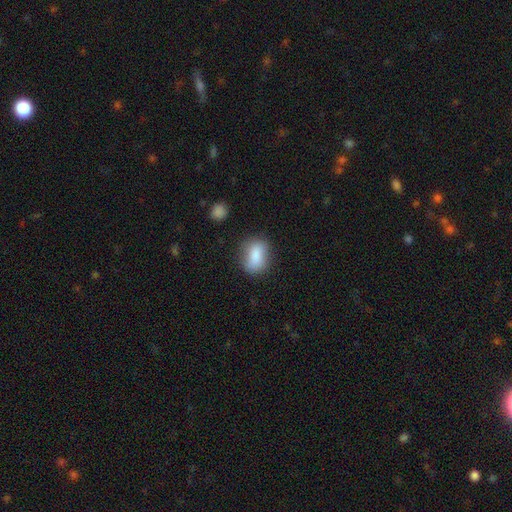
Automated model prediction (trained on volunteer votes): smooth-or-featured: smooth: 84% | featured or disk: 8% | star or artifact: 8%
  how-rounded: in between: 71% | round: 26% | cigar-shaped: 3%
  merging: none: 74% | minor disturbance: 18% | major disturbance: 5% | merger: 3%